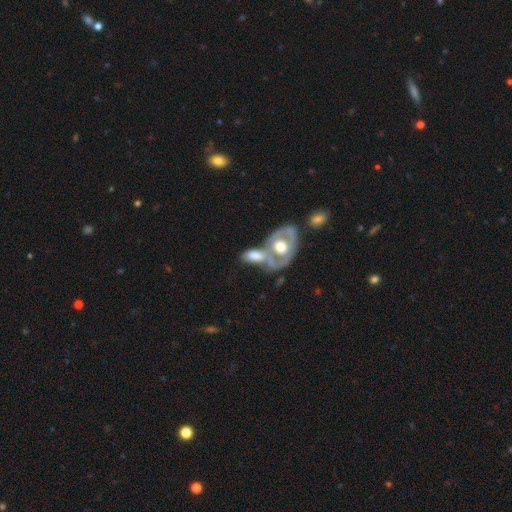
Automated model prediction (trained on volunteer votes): The model was most divided on "smooth or featured": featured or disk: 50%, smooth: 43%, star or artifact: 6%. More confident: edge-on disk — no (90%); merging — merger (53%).